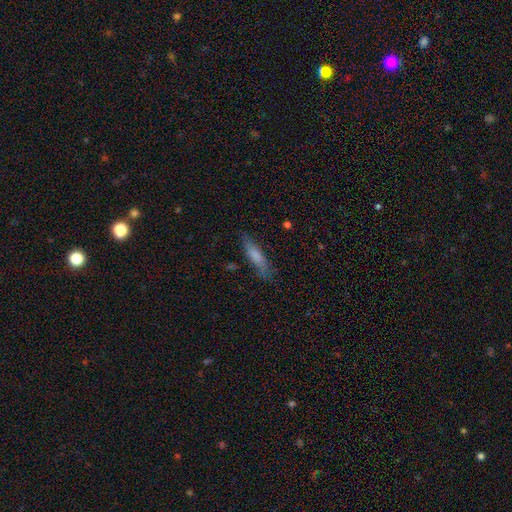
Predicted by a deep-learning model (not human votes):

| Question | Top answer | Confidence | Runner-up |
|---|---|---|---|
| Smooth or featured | smooth | 72% | featured or disk (21%) |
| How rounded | cigar-shaped | 71% | in between (28%) |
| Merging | none | 76% | minor disturbance (18%) |